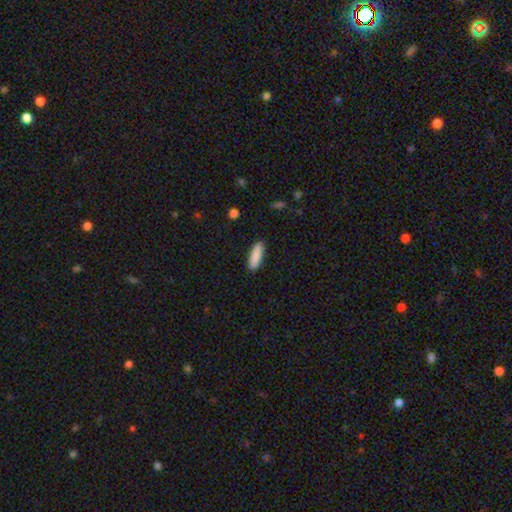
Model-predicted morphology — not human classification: A smooth galaxy with no disk features (88%) that is cigar-shaped (52%).

Vote fractions:
- Smooth or featured? smooth: 88% / featured or disk: 6% / star or artifact: 6%
- How rounded? cigar-shaped: 52% / in between: 47% / round: 2%
- Merging? none: 89% / minor disturbance: 8% / major disturbance: 2% / merger: 1%